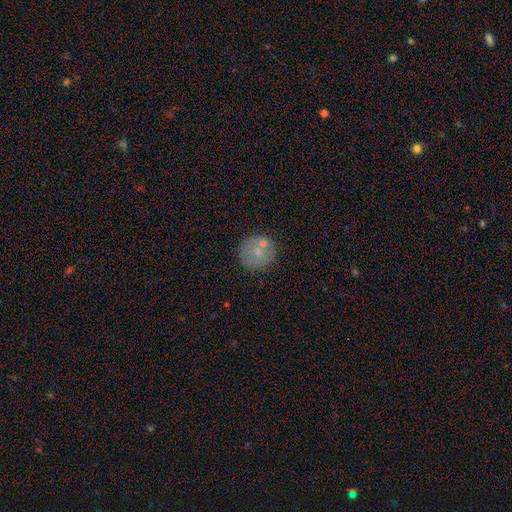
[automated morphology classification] A smooth galaxy with no disk features (69%) that is round (94%). Merging: none (71%).